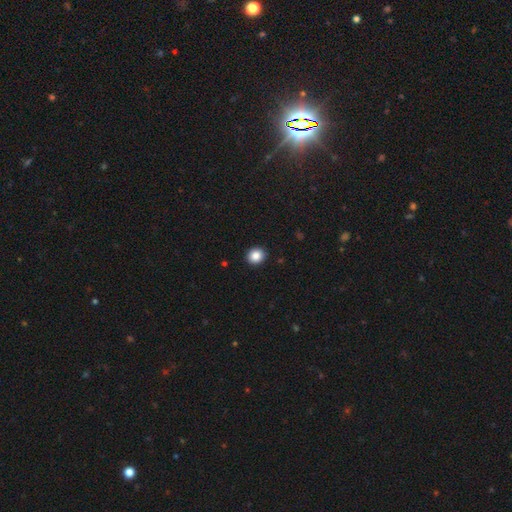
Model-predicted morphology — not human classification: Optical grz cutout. It shows a smooth galaxy with no disk features (86%) that is round (81%). Merging: none (93%).